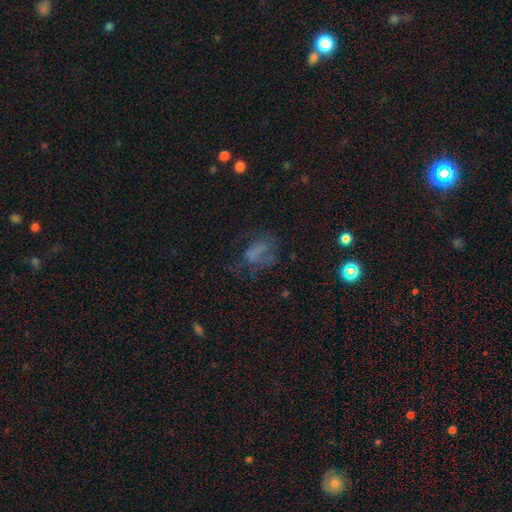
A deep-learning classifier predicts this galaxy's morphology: A smooth galaxy with no disk features (44%). Merging: none (44%).